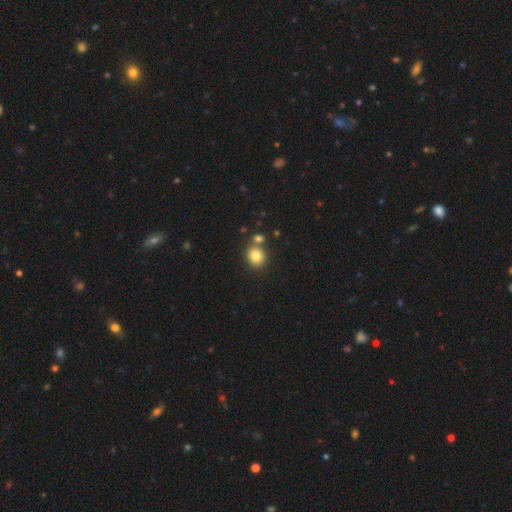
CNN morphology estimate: type=smooth (83%); roundness=round (82%); merging=none (69%).